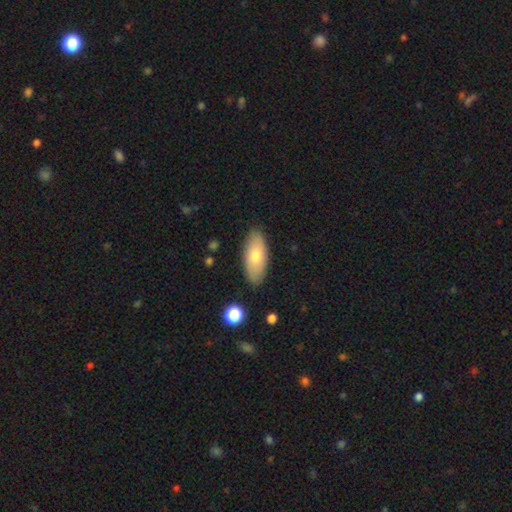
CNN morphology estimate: This appears to be a smooth galaxy with no disk features (71%) that is in between round and cigar-shaped (86%). Merging: none (86%).